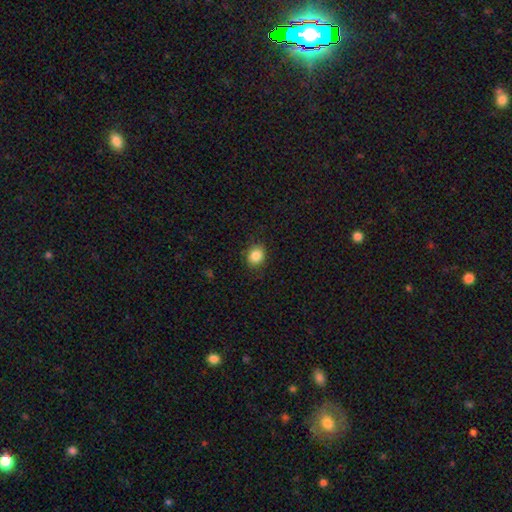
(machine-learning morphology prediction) Smooth or featured? Predicted: smooth (p=0.85). How rounded? Predicted: round (p=0.61). Merging? Predicted: none (p=0.84).